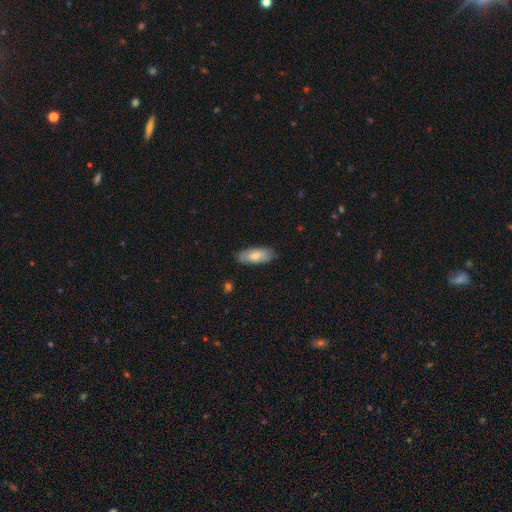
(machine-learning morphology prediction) A smooth galaxy with no disk features (75%) that is in between round and cigar-shaped (82%).

Vote fractions:
- Smooth or featured? smooth: 75% / featured or disk: 19% / star or artifact: 6%
- How rounded? in between: 82% / cigar-shaped: 16% / round: 2%
- Merging? none: 82% / minor disturbance: 14% / major disturbance: 2% / merger: 1%